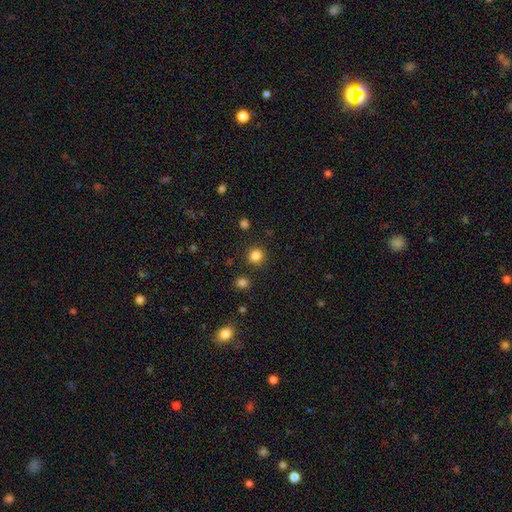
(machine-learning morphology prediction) A smooth galaxy with no disk features (83%) that is round (93%).

Vote fractions:
- Smooth or featured? smooth: 83% / star or artifact: 13% / featured or disk: 4%
- How rounded? round: 93% / in between: 6% / cigar-shaped: 1%
- Merging? none: 90% / minor disturbance: 5% / merger: 3% / major disturbance: 2%